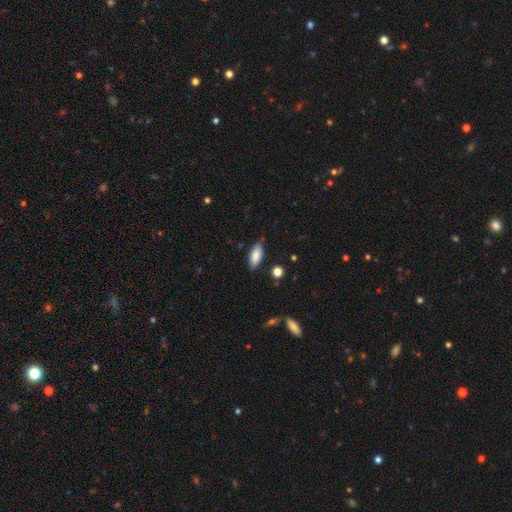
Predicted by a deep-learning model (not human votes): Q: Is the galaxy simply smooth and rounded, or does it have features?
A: smooth — 84%.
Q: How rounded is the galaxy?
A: in between — 83%.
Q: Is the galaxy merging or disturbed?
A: none — 79%.